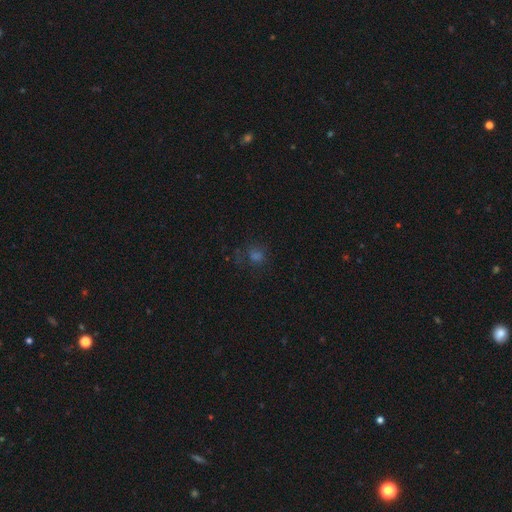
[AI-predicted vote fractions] Morphology: type=smooth (53%); roundness=round (79%); merging=none (66%).